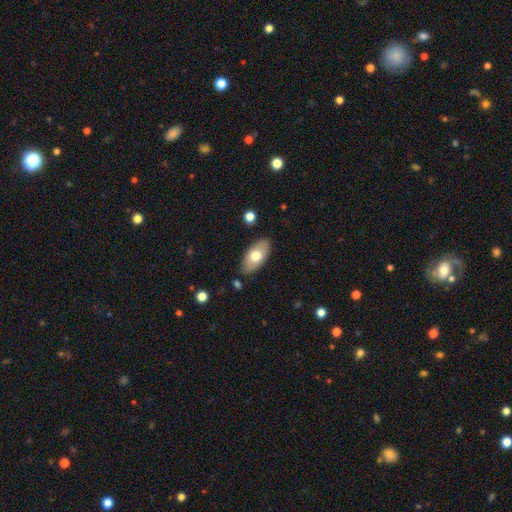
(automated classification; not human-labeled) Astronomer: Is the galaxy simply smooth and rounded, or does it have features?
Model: smooth — 67%.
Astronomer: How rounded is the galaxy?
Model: in between — 93%.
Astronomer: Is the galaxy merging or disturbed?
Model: none — 84%.